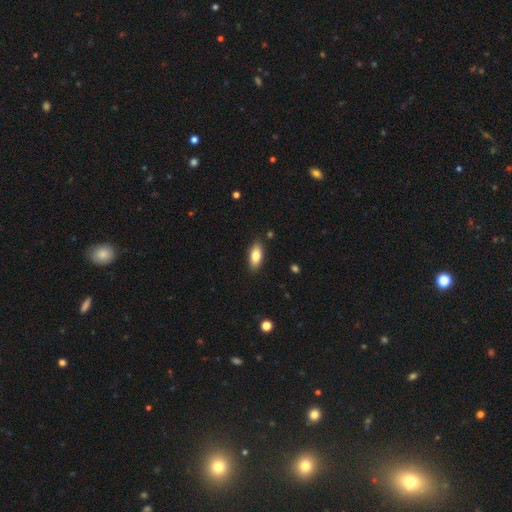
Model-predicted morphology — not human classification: A smooth galaxy with no disk features (81%) that is in between round and cigar-shaped (84%). Merging: none (87%).